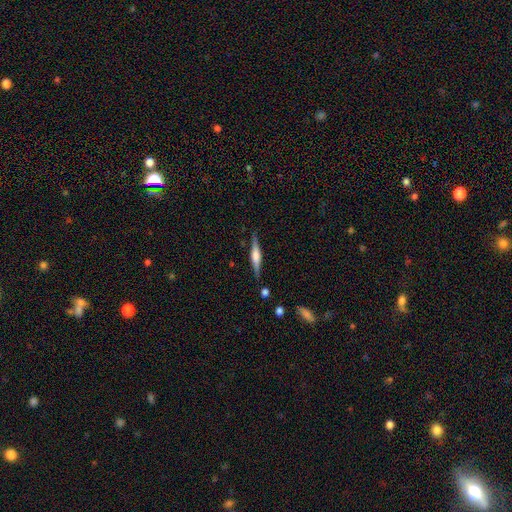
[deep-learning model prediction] Overall: featured or disk (70%). Edge-on disk: yes (98%). Edge-on bulge: rounded (68%). Merging: none (87%).